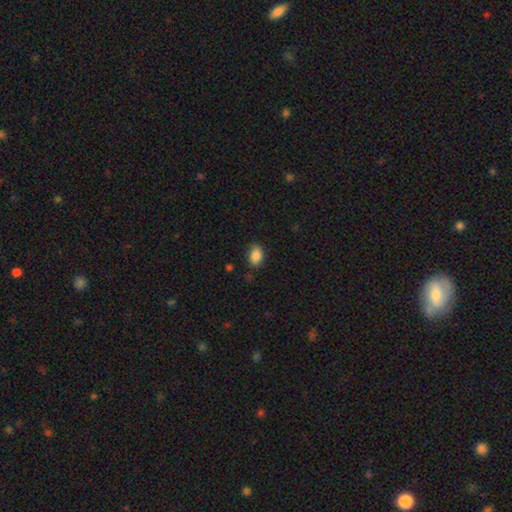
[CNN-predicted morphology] A smooth galaxy with no disk features (87%) that is in between round and cigar-shaped (82%).

Vote fractions:
- Smooth or featured? smooth: 87% / star or artifact: 8% / featured or disk: 5%
- How rounded? in between: 82% / round: 17% / cigar-shaped: 1%
- Merging? none: 81% / minor disturbance: 14% / major disturbance: 3% / merger: 2%